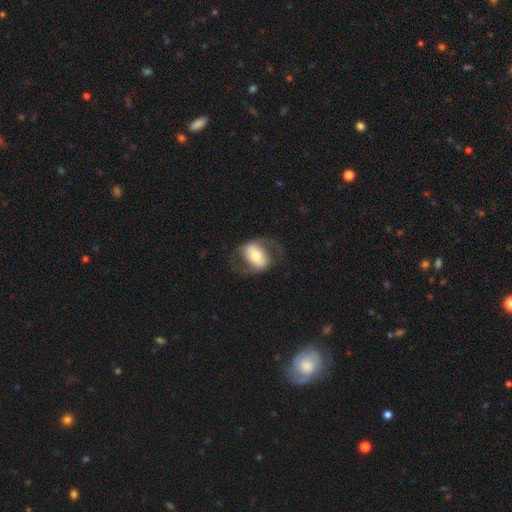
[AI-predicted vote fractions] This is possibly a featured or disk galaxy (53%). It is clearly not viewed edge-on (93%). Merging: likely none (63%).